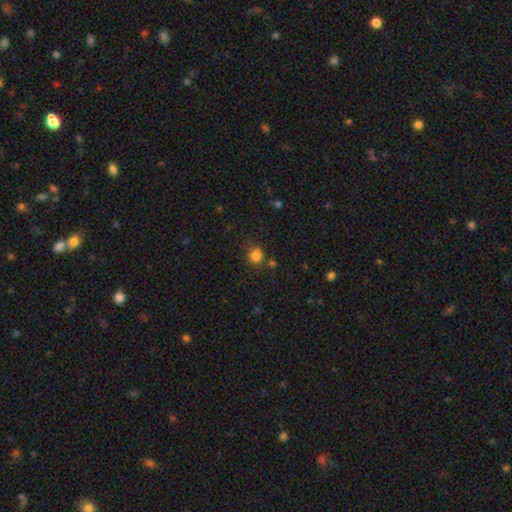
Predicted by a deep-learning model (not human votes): Overall: smooth (81%). How rounded: round (80%). Merging: none (73%).